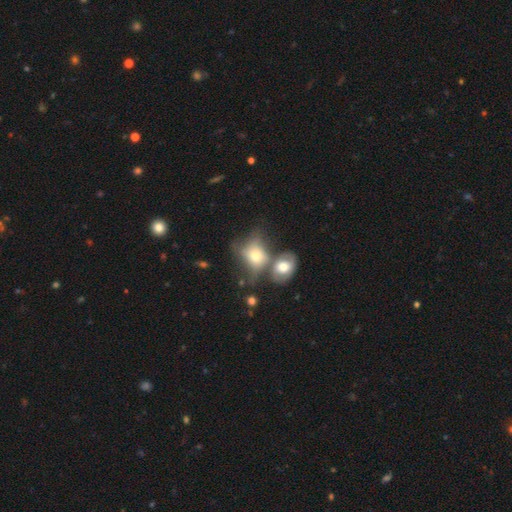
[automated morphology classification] Smooth or featured: smooth — 60% (featured or disk — 30%)
How rounded: in between — 57% (round — 41%)
Merging: merger — 51% (none — 20%)